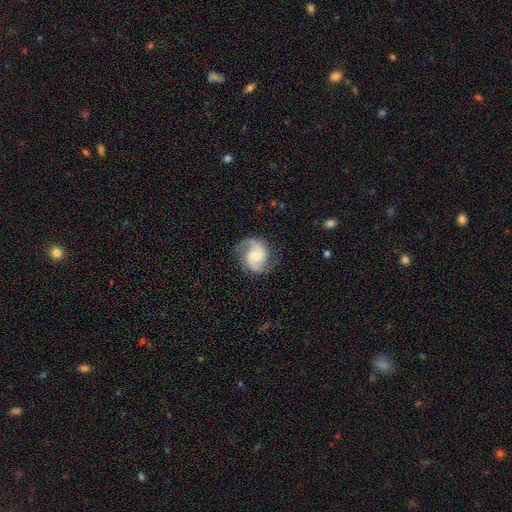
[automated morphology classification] A featured or disk galaxy (87%) with no bar (59%), 2 (93%) medium (55%) spiral arms (98%) and a moderate central bulge (45%).

Vote fractions:
- Smooth or featured? featured or disk: 87% / smooth: 8% / star or artifact: 5%
- Edge-on disk? no: 98% / yes: 2%
- Bar? no: 59% / weak: 34% / strong: 7%
- Spiral arms? yes: 98% / no: 2%
- Spiral winding? medium: 55% / loose: 26% / tight: 19%
- Spiral arm count? 2: 93% / can't tell: 2% / 1: 2% / 3: 1% / 4: 1% / more than 4: 1%
- Bulge size? moderate: 45% / small: 44% / large: 6% / none: 5% / dominant: 1%
- Merging? none: 80% / minor disturbance: 14% / major disturbance: 5% / merger: 1%